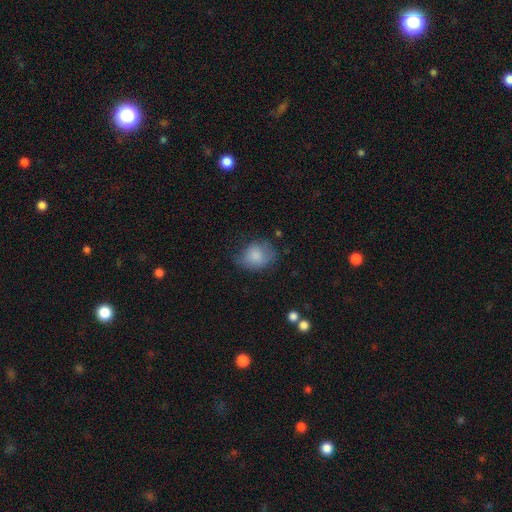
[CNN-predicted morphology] Smooth or featured?
  - smooth: 80% *
  - featured or disk: 12%
  - star or artifact: 8%
How rounded?
  - round: 54% *
  - in between: 45%
  - cigar-shaped: 1%
Merging?
  - none: 51% *
  - minor disturbance: 33%
  - major disturbance: 14%
  - merger: 2%